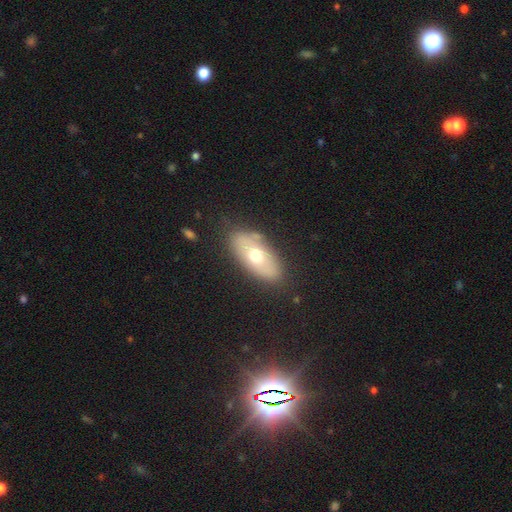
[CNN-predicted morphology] smooth 55%, featured or disk 38%, star or artifact 7%. Down the decision tree: how rounded — in between (87%); merging — none (80%).